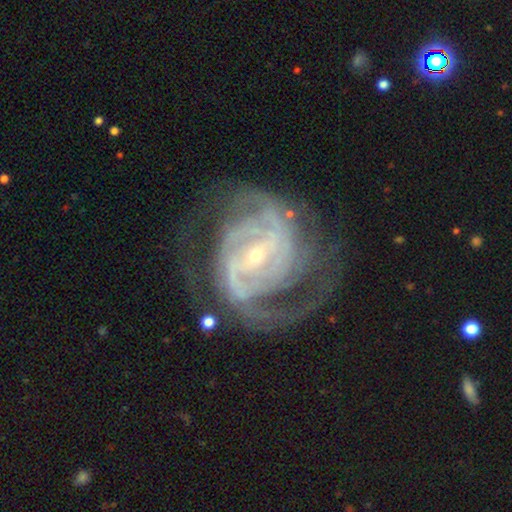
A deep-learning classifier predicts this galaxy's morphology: type=featured or disk (91%); edge-on=no (97%); bar=strong (41%); spiral arms=yes (97%); winding=tight (46%); arm count=2 (43%); bulge=small (78%); merging=none (65%).